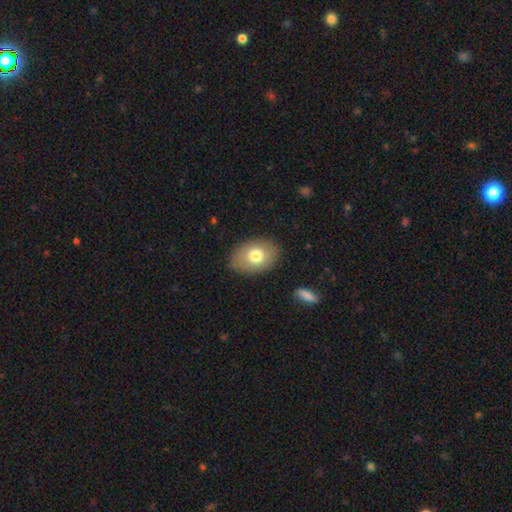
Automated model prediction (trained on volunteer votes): Smooth or featured: smooth — 74% (featured or disk — 18%)
How rounded: in between — 79% (round — 20%)
Merging: none — 85% (minor disturbance — 10%)